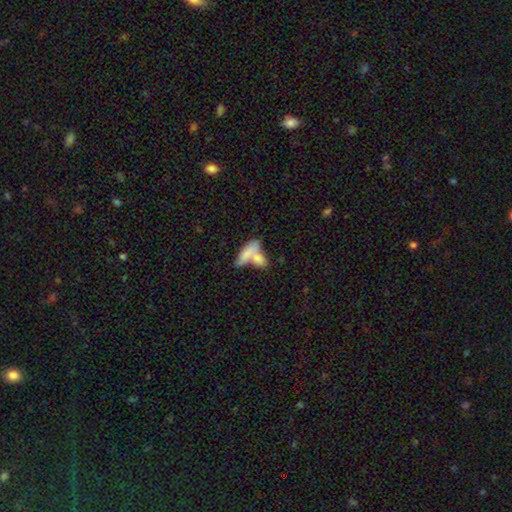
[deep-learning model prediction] Smooth or featured: smooth — 77% (featured or disk — 16%)
How rounded: in between — 75% (cigar-shaped — 19%)
Merging: merger — 63% (none — 24%)